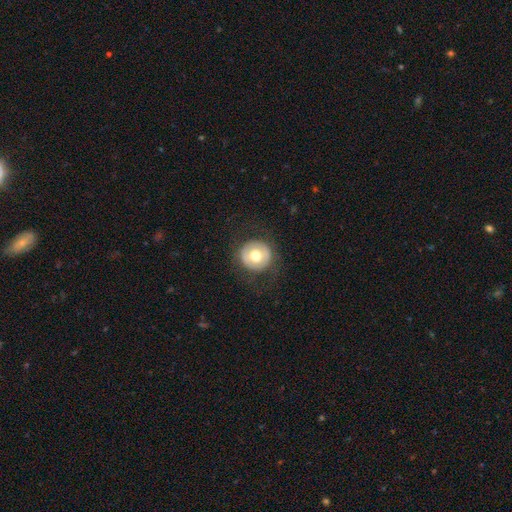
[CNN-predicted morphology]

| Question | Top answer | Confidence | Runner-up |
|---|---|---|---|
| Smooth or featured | smooth | 57% | featured or disk (35%) |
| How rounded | round | 93% | in between (6%) |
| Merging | none | 83% | minor disturbance (10%) |